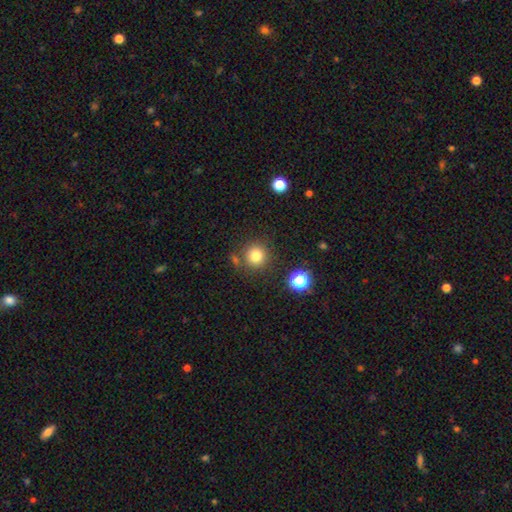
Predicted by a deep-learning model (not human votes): smooth-or-featured: smooth: 80% | star or artifact: 13% | featured or disk: 7%
  how-rounded: round: 94% | in between: 5% | cigar-shaped: 1%
  merging: none: 81% | minor disturbance: 9% | merger: 7% | major disturbance: 3%